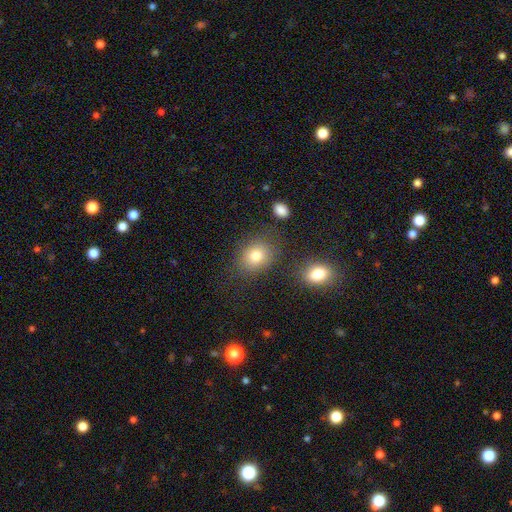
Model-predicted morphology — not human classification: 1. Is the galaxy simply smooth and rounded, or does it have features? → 80% smooth, 11% star or artifact, 9% featured or disk.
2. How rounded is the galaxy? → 55% round, 44% in between, 1% cigar-shaped.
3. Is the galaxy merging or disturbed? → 78% none, 12% minor disturbance, 6% merger, 5% major disturbance.